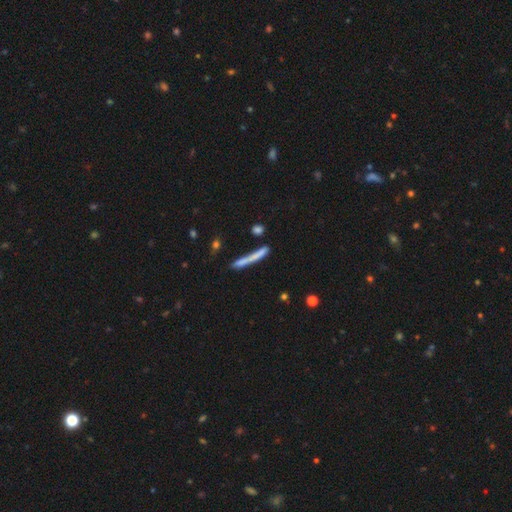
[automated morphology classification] This is likely a smooth galaxy (68%). How rounded: clearly cigar-shaped (94%). Merging: likely none (61%).